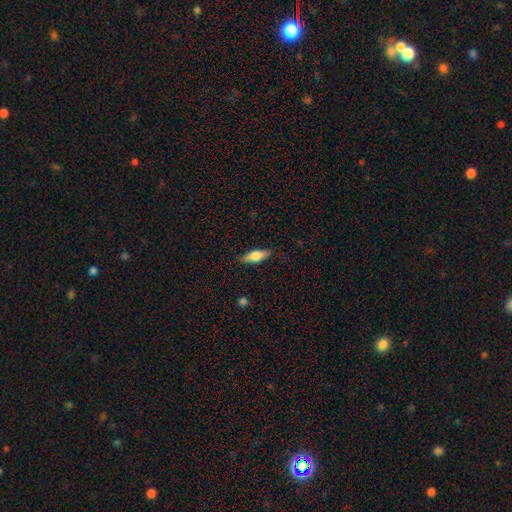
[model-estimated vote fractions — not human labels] Smooth or featured?
  - smooth: 71% *
  - featured or disk: 23%
  - star or artifact: 6%
How rounded?
  - in between: 63% *
  - cigar-shaped: 35%
  - round: 2%
Merging?
  - none: 85% *
  - minor disturbance: 11%
  - major disturbance: 2%
  - merger: 1%